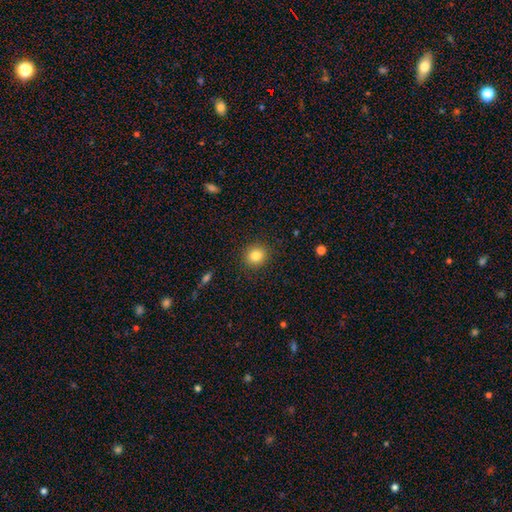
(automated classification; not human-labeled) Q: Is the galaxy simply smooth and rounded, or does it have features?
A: smooth — 83%.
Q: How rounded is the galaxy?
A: round — 87%.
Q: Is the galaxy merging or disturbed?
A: none — 90%.